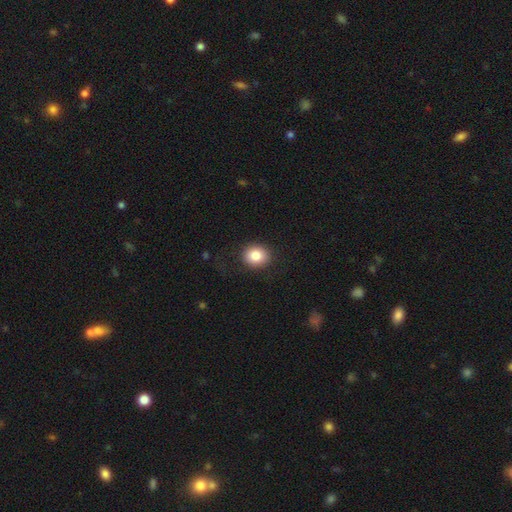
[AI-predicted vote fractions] A smooth galaxy with no disk features (84%) that is round (70%). Merging: none (86%).